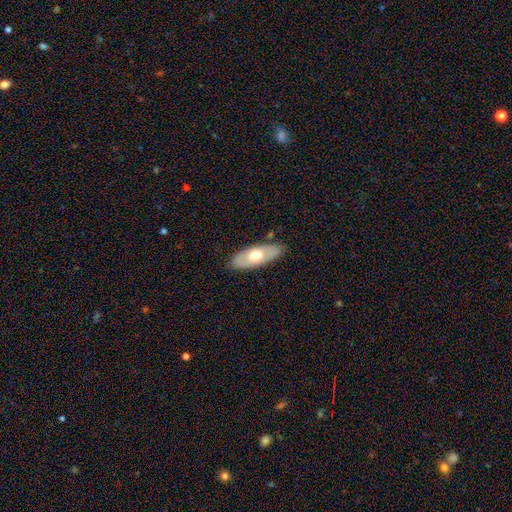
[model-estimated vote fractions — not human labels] Smooth or featured? Predicted: smooth (p=0.52). How rounded? Predicted: in between (p=0.79). Merging? Predicted: none (p=0.83).